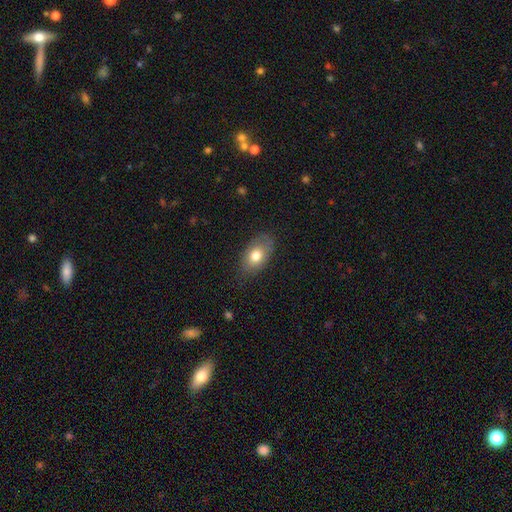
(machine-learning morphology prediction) smooth_or_featured: smooth (p=0.74) [alt: featured or disk p=0.18]
how_rounded: in between (p=0.88) [alt: round p=0.10]
merging: none (p=0.77) [alt: minor disturbance p=0.18]